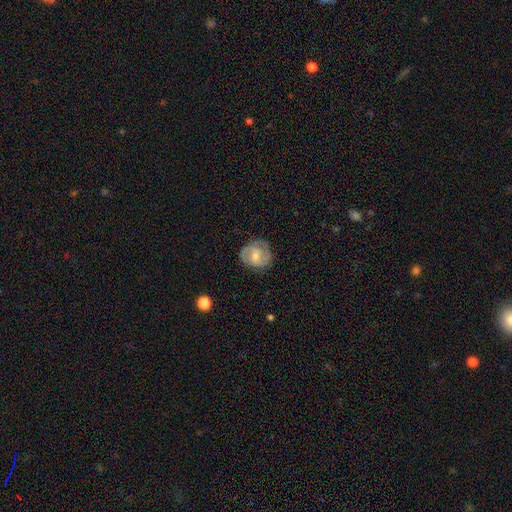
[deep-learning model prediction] A featured or disk galaxy (60%) with a weak bar (49%), spiral arms (85%) and a moderate central bulge (46%). Merging: none (74%).